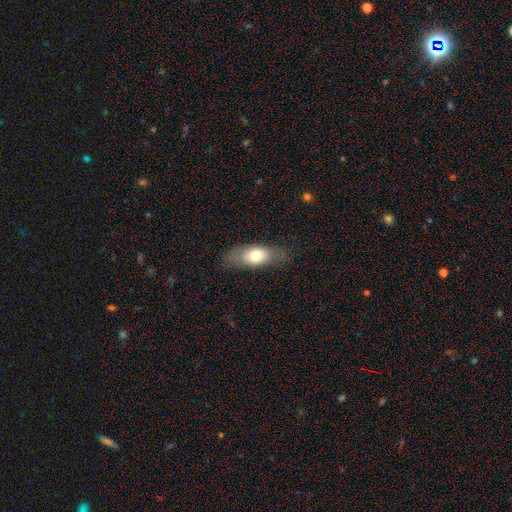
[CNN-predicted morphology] Q: Smooth or featured?
A: smooth (67%); runner-up: featured or disk (25%)
Q: How rounded?
A: in between (76%); runner-up: cigar-shaped (18%)
Q: Merging?
A: none (75%); runner-up: minor disturbance (17%)